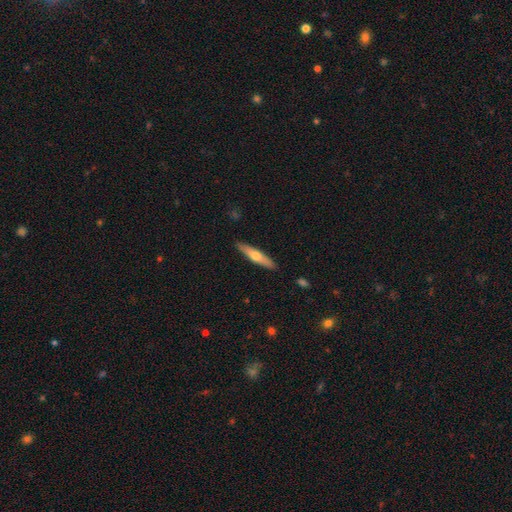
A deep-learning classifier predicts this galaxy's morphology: A smooth galaxy with no disk features (51%) that is cigar-shaped (83%). Merging: none (90%).